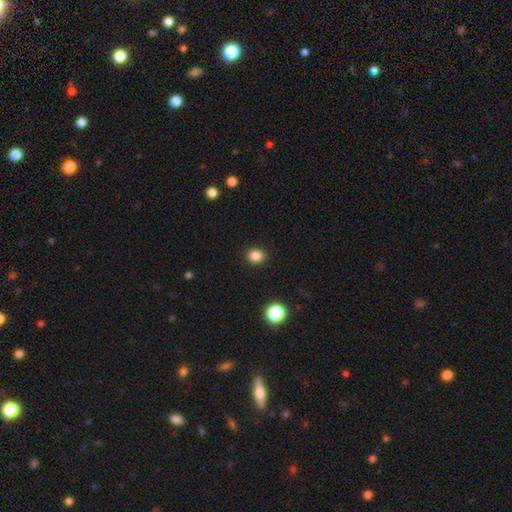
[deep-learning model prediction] Q: Smooth or featured?
A: smooth (84%); runner-up: star or artifact (12%)
Q: How rounded?
A: round (71%); runner-up: in between (28%)
Q: Merging?
A: none (91%); runner-up: minor disturbance (6%)